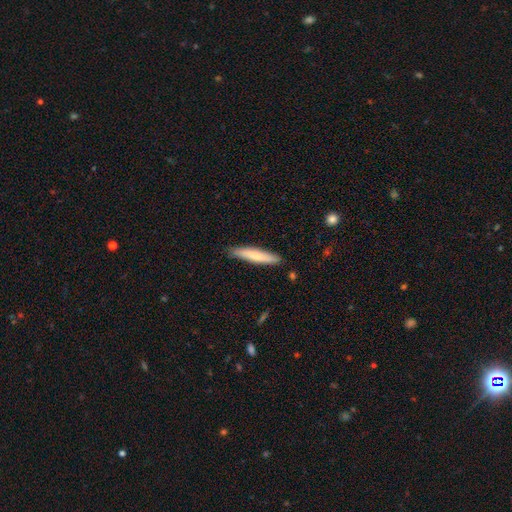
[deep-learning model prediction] smooth-or-featured: smooth: 73% | featured or disk: 22% | star or artifact: 5%
  how-rounded: cigar-shaped: 89% | in between: 10% | round: 1%
  merging: none: 87% | minor disturbance: 10% | major disturbance: 2% | merger: 1%